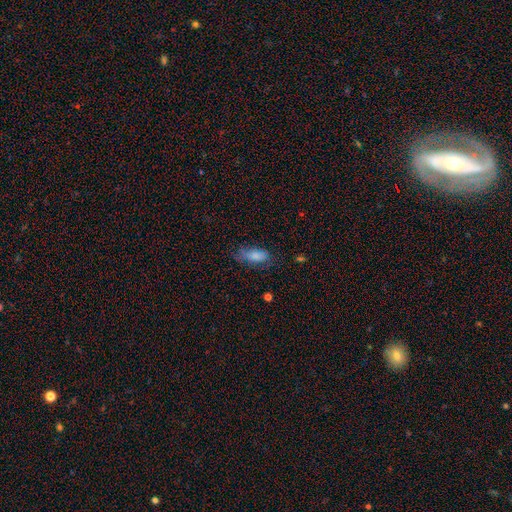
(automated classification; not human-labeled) Morphology: type=smooth (77%); roundness=in between (82%); merging=none (56%).